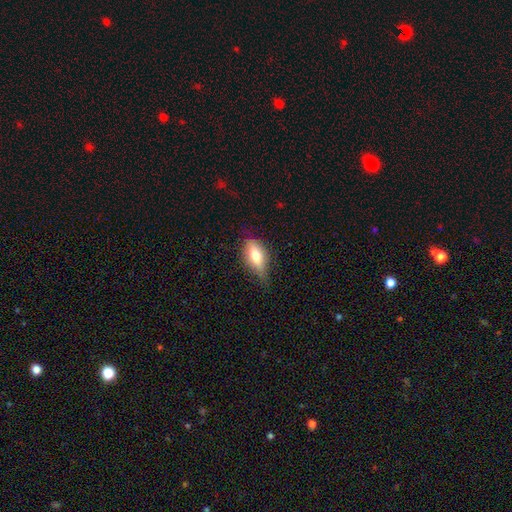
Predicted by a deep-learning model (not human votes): Overall: smooth (67%). How rounded: in between (78%). Merging: none (60%; minor disturbance 30%).